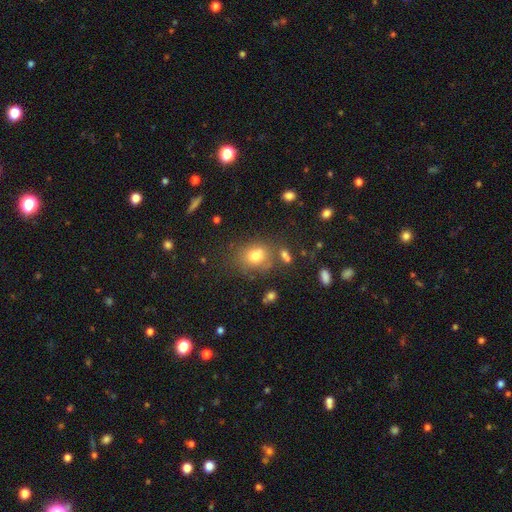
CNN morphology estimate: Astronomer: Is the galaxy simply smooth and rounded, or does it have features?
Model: smooth — 75%.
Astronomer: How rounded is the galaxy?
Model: round — 54% (runner-up: in between, 45%).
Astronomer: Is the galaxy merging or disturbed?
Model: none — 64%.